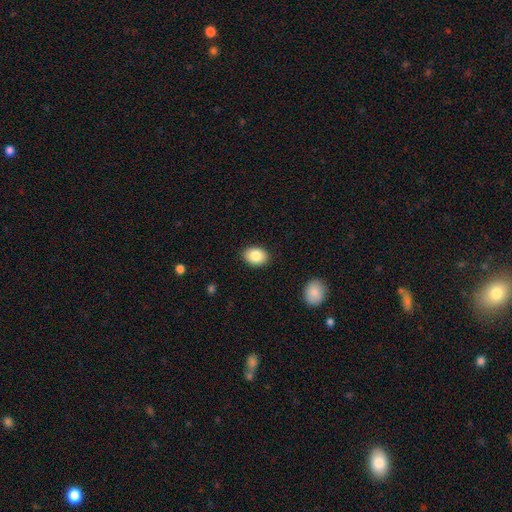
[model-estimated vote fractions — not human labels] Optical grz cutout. It shows a smooth galaxy with no disk features (85%) that is in between round and cigar-shaped (73%). Merging: none (88%).